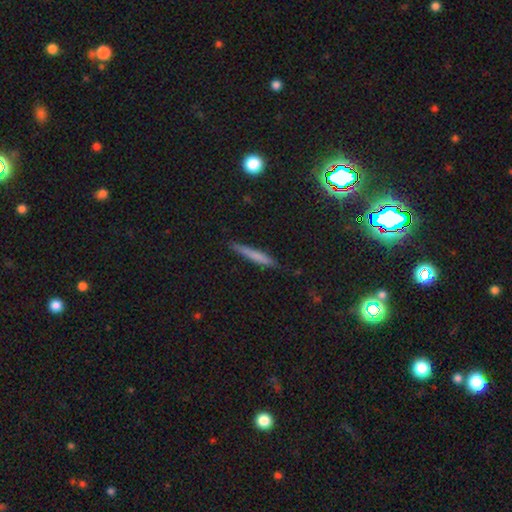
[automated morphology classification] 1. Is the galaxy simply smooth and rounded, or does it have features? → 68% smooth, 23% featured or disk, 9% star or artifact.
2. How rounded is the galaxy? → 94% cigar-shaped, 4% in between, 2% round.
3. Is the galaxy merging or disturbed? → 84% none, 12% minor disturbance, 2% major disturbance, 2% merger.